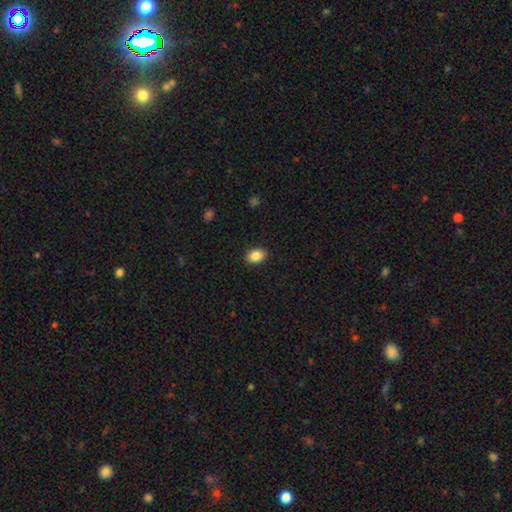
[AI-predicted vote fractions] A smooth galaxy with no disk features (86%) that is in between round and cigar-shaped (79%). Merging: none (89%).